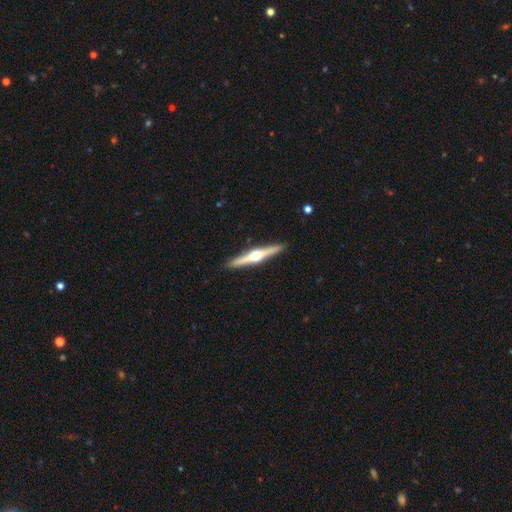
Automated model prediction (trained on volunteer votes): A featured or disk galaxy (77%) viewed edge-on (98%) with a rounded central bulge (96%).

Vote fractions:
- Smooth or featured? featured or disk: 77% / smooth: 18% / star or artifact: 4%
- Edge-on disk? yes: 98% / no: 2%
- Edge-on bulge? rounded: 96% / boxy: 2% / none: 2%
- Merging? none: 92% / minor disturbance: 6% / major disturbance: 1% / merger: 1%